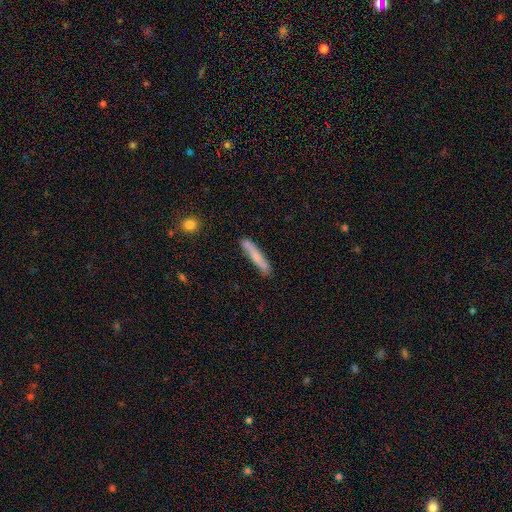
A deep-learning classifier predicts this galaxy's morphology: Smooth or featured: smooth — 64% (featured or disk — 30%)
How rounded: cigar-shaped — 93% (in between — 5%)
Merging: none — 82% (minor disturbance — 13%)